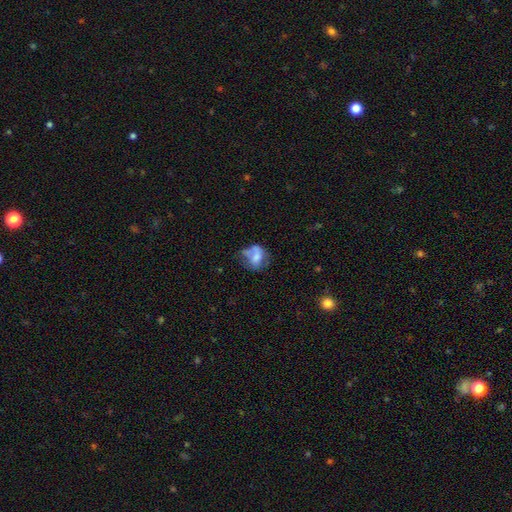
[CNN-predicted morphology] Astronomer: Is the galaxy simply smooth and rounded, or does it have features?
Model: smooth — 55% (runner-up: featured or disk, 35%).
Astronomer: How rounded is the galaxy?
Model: in between — 56% (runner-up: round, 42%).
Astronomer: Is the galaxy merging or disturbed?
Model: none — 29% (runner-up: major disturbance, 26%).